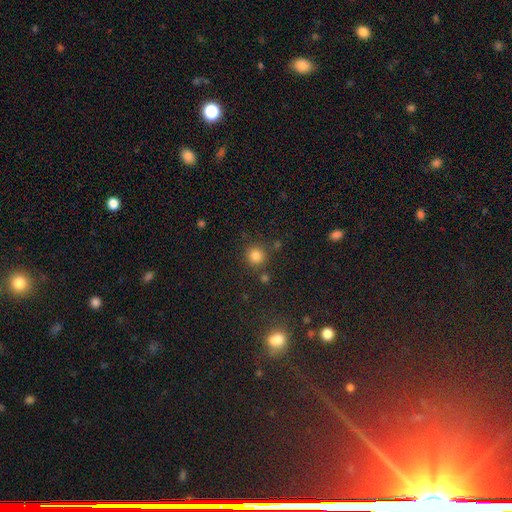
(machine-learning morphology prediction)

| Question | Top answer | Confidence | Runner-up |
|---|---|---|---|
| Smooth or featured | smooth | 82% | star or artifact (14%) |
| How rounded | round | 91% | in between (8%) |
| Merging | none | 80% | minor disturbance (9%) |